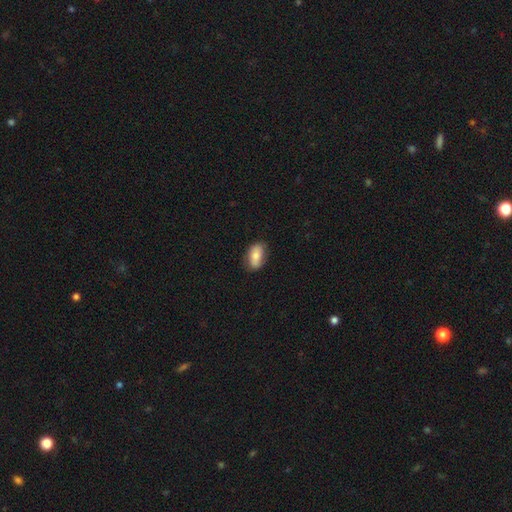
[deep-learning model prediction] This appears to be a smooth galaxy with no disk features (76%) that is in between round and cigar-shaped (90%). Merging: none (76%).